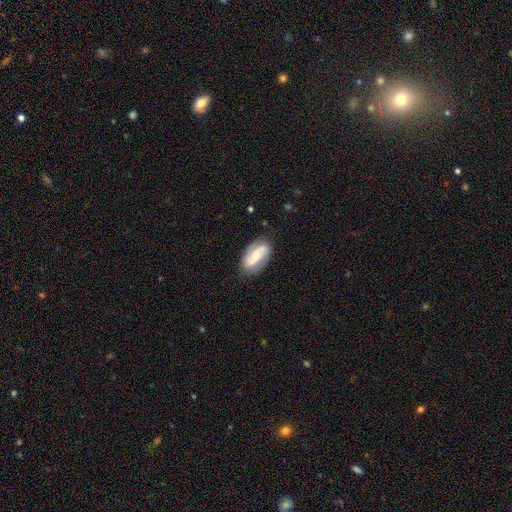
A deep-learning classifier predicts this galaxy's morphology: type=featured or disk (59%); edge-on=no (92%); bar=no (39%); spiral arms=yes (81%); bulge=small (47%); merging=none (79%).